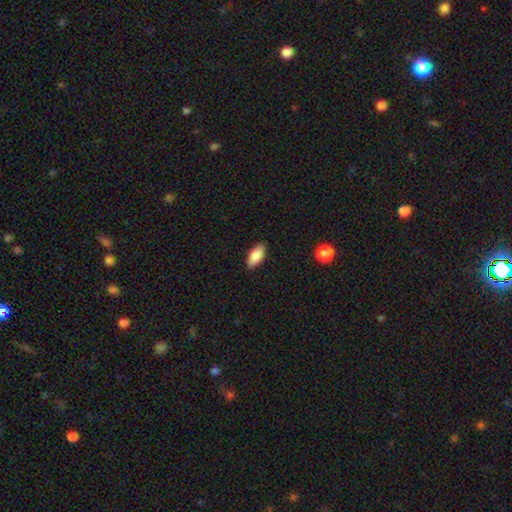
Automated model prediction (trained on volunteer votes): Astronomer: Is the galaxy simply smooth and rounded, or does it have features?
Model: smooth — 86%.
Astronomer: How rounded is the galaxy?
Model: in between — 88%.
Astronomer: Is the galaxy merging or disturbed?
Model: none — 87%.